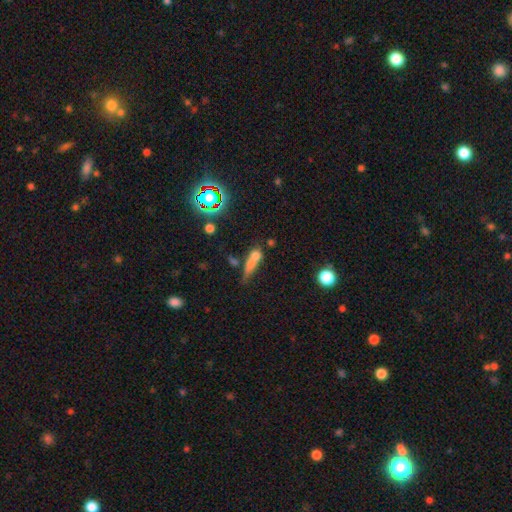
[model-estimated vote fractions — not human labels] Morphology: type=smooth (57%); roundness=cigar-shaped (52%); merging=none (36%).